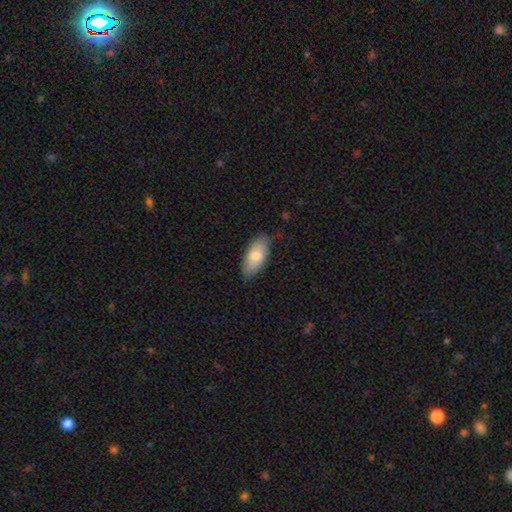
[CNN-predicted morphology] Q: Smooth or featured?
A: smooth (78%); runner-up: featured or disk (16%)
Q: How rounded?
A: in between (91%); runner-up: cigar-shaped (7%)
Q: Merging?
A: none (79%); runner-up: minor disturbance (17%)